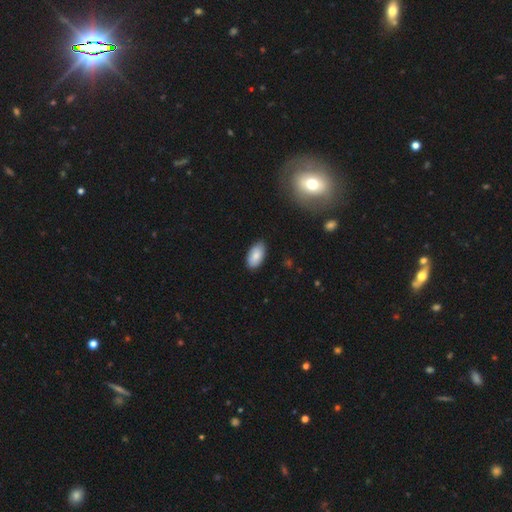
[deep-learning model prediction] smooth-or-featured: smooth: 83% | featured or disk: 10% | star or artifact: 7%
  how-rounded: in between: 95% | round: 3% | cigar-shaped: 2%
  merging: none: 86% | minor disturbance: 11% | major disturbance: 2% | merger: 1%